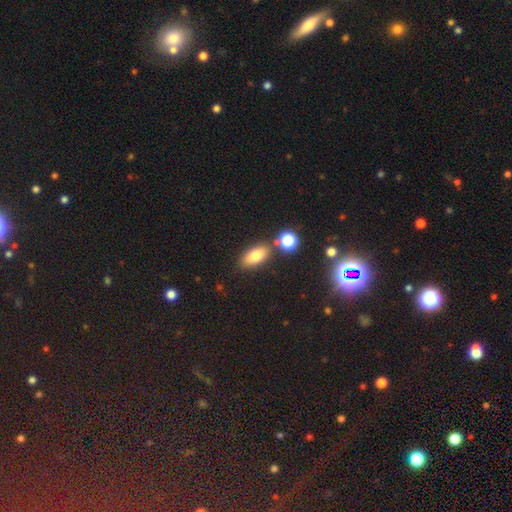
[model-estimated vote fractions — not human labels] smooth-or-featured: smooth: 76% | featured or disk: 14% | star or artifact: 11%
  how-rounded: in between: 82% | cigar-shaped: 11% | round: 7%
  merging: none: 76% | minor disturbance: 11% | merger: 10% | major disturbance: 3%